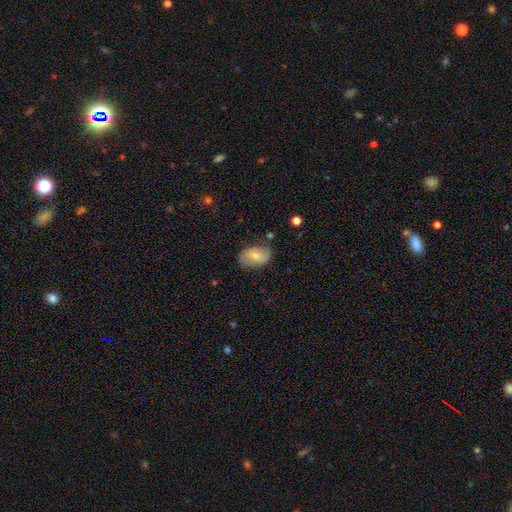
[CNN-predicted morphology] This is likely a smooth galaxy (65%). How rounded: clearly in between (89%). Merging: likely none (71%).